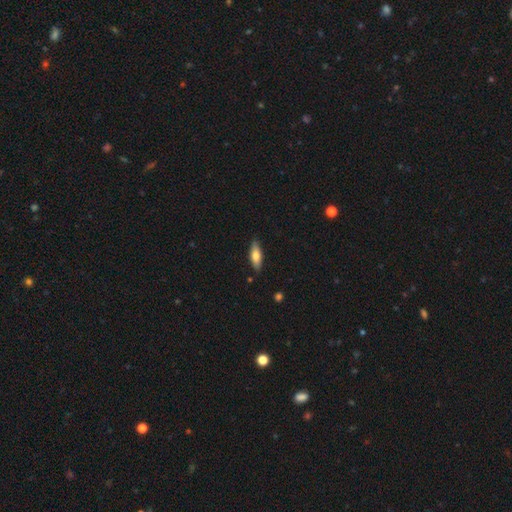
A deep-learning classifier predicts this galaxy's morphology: A smooth galaxy with no disk features (72%) that is in between round and cigar-shaped (60%). Merging: none (85%).